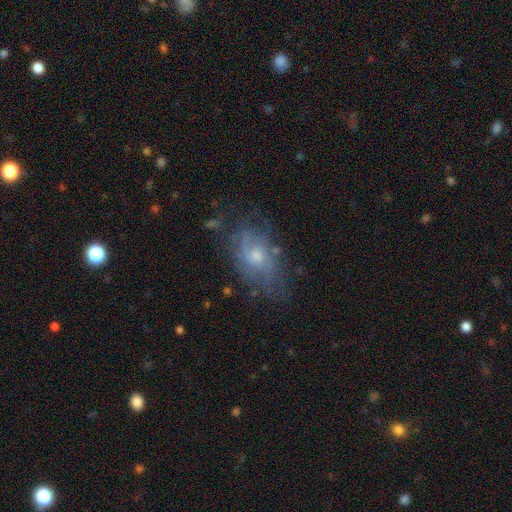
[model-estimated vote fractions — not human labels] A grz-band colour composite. It shows a featured or disk galaxy (60%) with no bar (78%), spiral arms (66%) and a moderate central bulge (55%). Merging: none (60%).